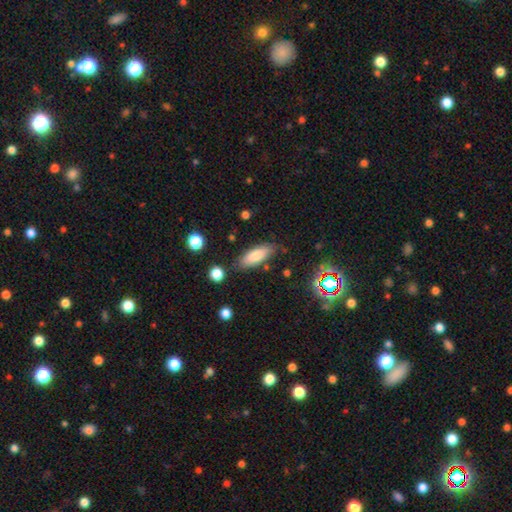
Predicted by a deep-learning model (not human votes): Smooth or featured?
  - smooth: 79% *
  - featured or disk: 14%
  - star or artifact: 7%
How rounded?
  - in between: 68% *
  - cigar-shaped: 30%
  - round: 2%
Merging?
  - none: 80% *
  - minor disturbance: 14%
  - merger: 3%
  - major disturbance: 3%